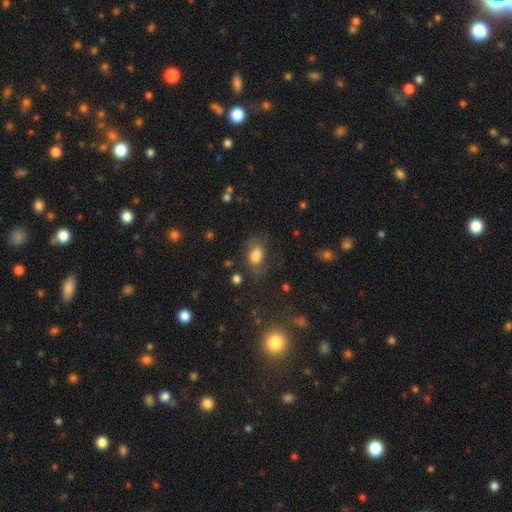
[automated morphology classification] Smooth or featured?
  - smooth: 75% *
  - featured or disk: 13%
  - star or artifact: 11%
How rounded?
  - in between: 81% *
  - round: 17%
  - cigar-shaped: 2%
Merging?
  - none: 60% *
  - minor disturbance: 23%
  - major disturbance: 14%
  - merger: 3%